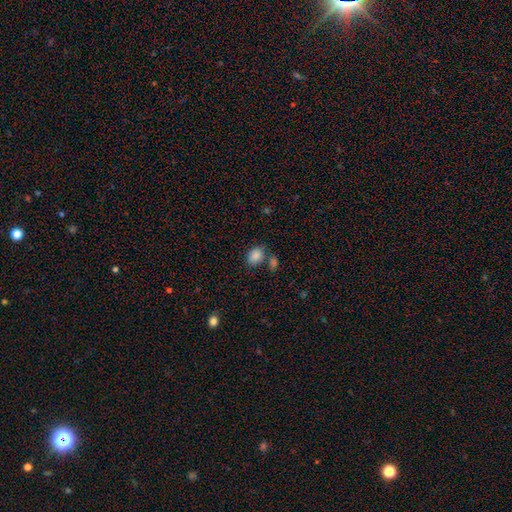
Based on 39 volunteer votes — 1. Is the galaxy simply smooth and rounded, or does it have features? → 95% smooth, 3% featured or disk, 3% star or artifact.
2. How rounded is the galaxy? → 70% in between, 30% round, 0% cigar-shaped.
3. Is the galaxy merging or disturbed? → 58% none, 34% merger, 8% minor disturbance, 0% major disturbance.